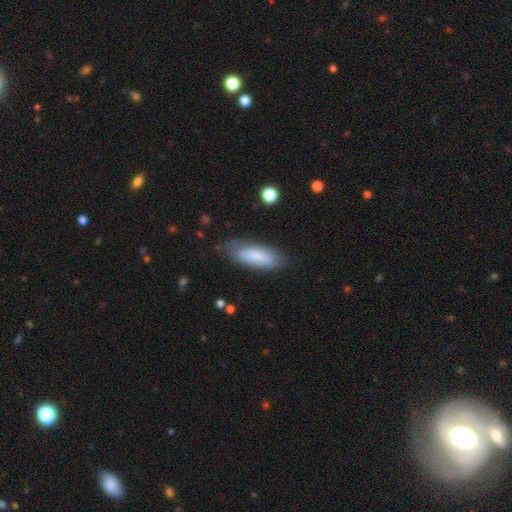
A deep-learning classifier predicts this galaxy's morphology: Q: Smooth or featured?
A: smooth (75%); runner-up: featured or disk (19%)
Q: How rounded?
A: in between (65%); runner-up: cigar-shaped (34%)
Q: Merging?
A: none (73%); runner-up: minor disturbance (20%)